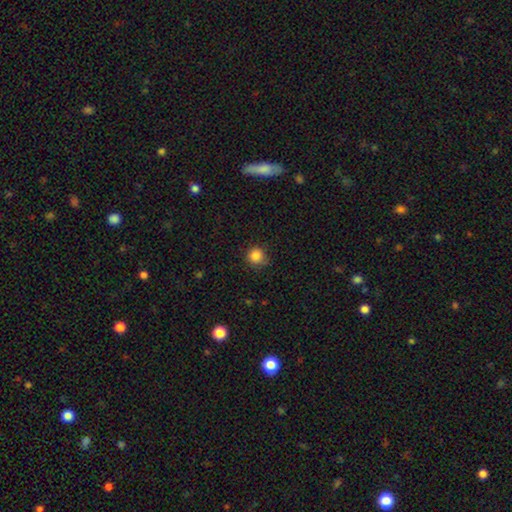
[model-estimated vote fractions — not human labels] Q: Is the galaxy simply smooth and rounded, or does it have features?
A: smooth — 85%.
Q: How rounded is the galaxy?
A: round — 92%.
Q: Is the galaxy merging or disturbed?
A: none — 78%.